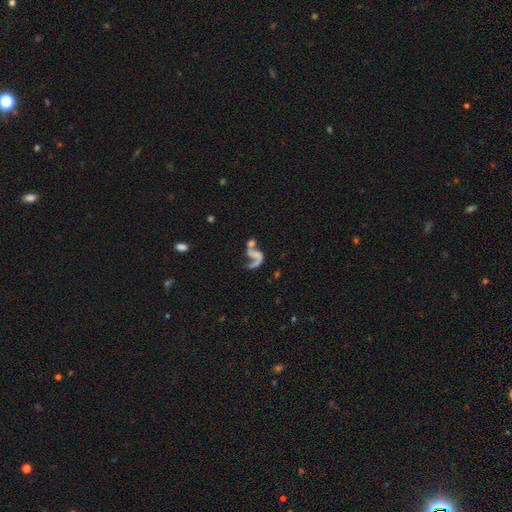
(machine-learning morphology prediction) This appears to be a featured or disk galaxy (68%) with no bar (64%), spiral arms (73%) and no central bulge (63%). Merging: merger (36%).